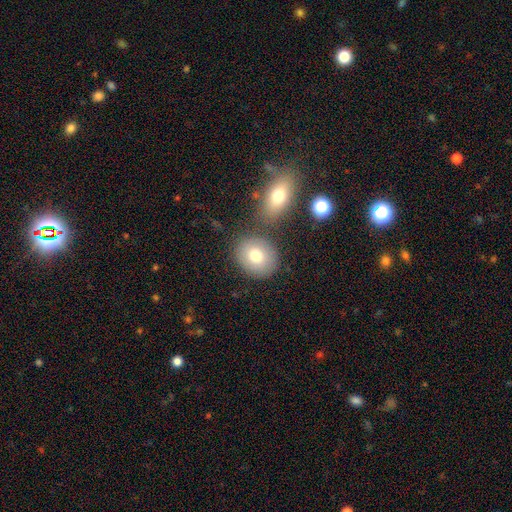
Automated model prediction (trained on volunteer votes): smooth-or-featured: smooth: 76% | featured or disk: 15% | star or artifact: 9%
  how-rounded: round: 71% | in between: 28% | cigar-shaped: 1%
  merging: none: 74% | merger: 12% | minor disturbance: 11% | major disturbance: 3%